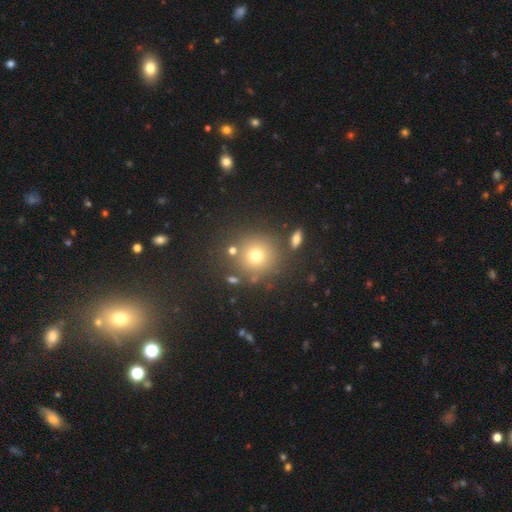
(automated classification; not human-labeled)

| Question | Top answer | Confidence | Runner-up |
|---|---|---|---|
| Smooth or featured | smooth | 71% | star or artifact (18%) |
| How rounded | round | 92% | in between (7%) |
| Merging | none | 81% | minor disturbance (9%) |